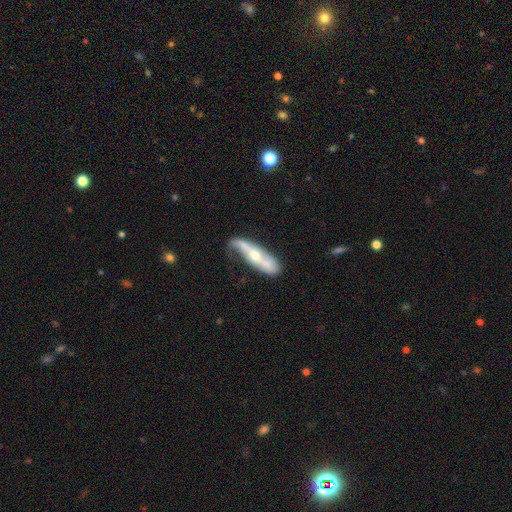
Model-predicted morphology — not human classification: Smooth or featured? featured or disk (69%)
Edge-on disk? no (66%)
Merging? none (46%)